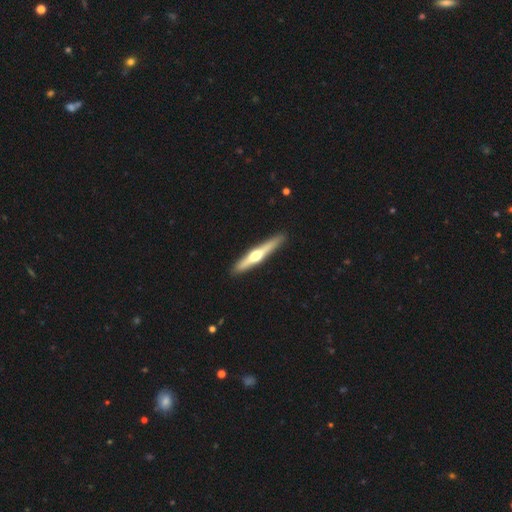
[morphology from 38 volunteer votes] smooth_or_featured: featured or disk (p=0.50) [alt: smooth p=0.45]
disk_edge_on: yes (p=1.00)
edge_on_bulge: rounded (p=0.89) [alt: boxy p=0.05]
merging: none (p=0.83) [alt: major disturbance p=0.11]